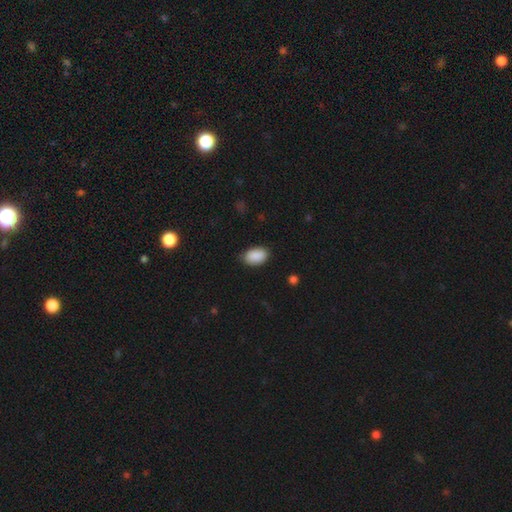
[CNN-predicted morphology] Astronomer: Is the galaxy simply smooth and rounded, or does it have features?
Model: smooth — 90%.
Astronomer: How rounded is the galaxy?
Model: in between — 91%.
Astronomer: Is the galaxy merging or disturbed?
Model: none — 83%.